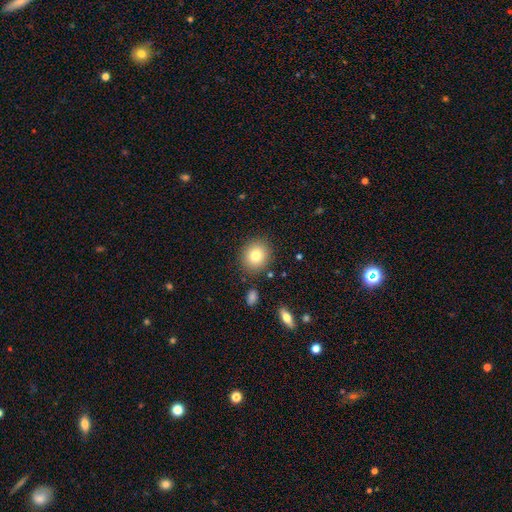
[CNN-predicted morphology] Smooth or featured: smooth — 80% (star or artifact — 10%)
How rounded: round — 81% (in between — 18%)
Merging: none — 87% (minor disturbance — 8%)